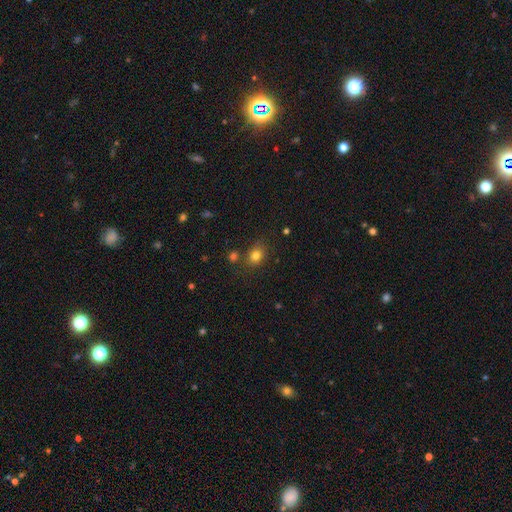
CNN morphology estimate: smooth 80%, star or artifact 13%, featured or disk 7%. Down the decision tree: how rounded — round (52%); merging — none (73%).